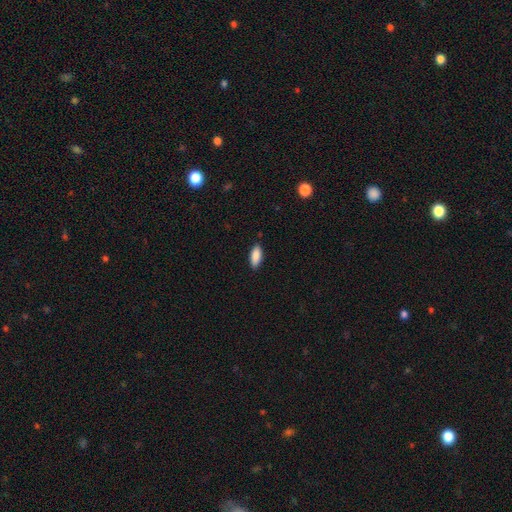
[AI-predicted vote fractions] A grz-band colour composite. It shows a smooth galaxy with no disk features (89%) that is in between round and cigar-shaped (82%). Merging: none (87%).